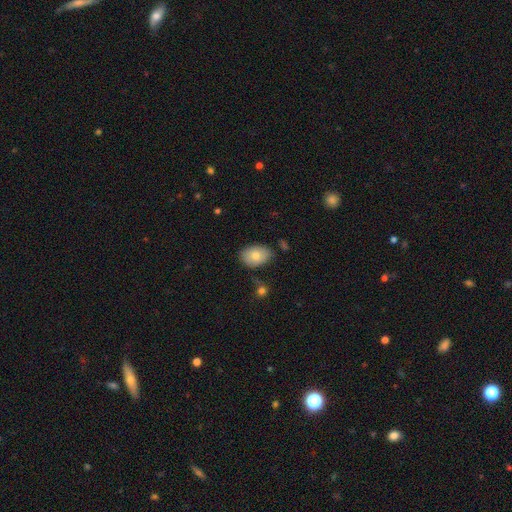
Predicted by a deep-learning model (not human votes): smooth 78%, featured or disk 14%, star or artifact 8%. Down the decision tree: how rounded — in between (82%); merging — none (74%).